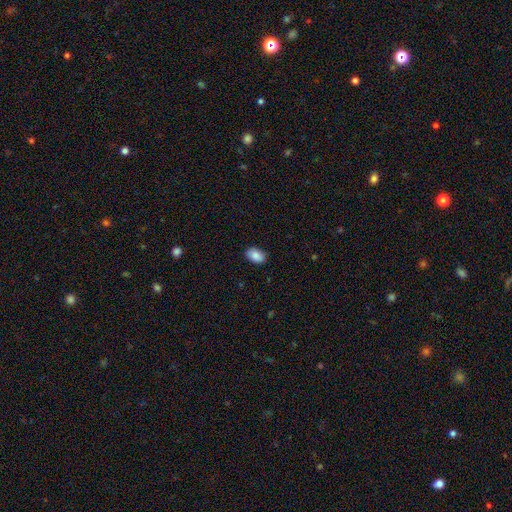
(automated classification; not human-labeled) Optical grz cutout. It shows a smooth galaxy with no disk features (88%) that is in between round and cigar-shaped (87%). Merging: none (85%).